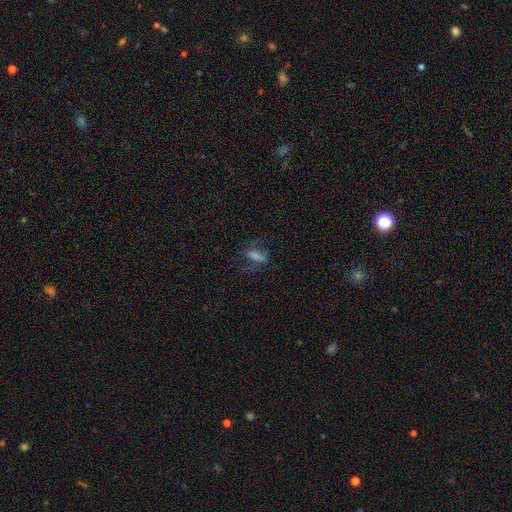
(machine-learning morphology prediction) Overall: smooth (47%; featured or disk 28%). Merging: none (58%; minor disturbance 19%).